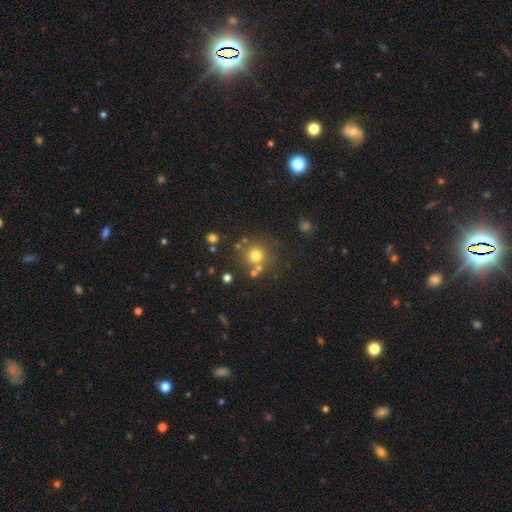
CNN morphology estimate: Overall: smooth (73%). How rounded: round (93%). Merging: none (75%).